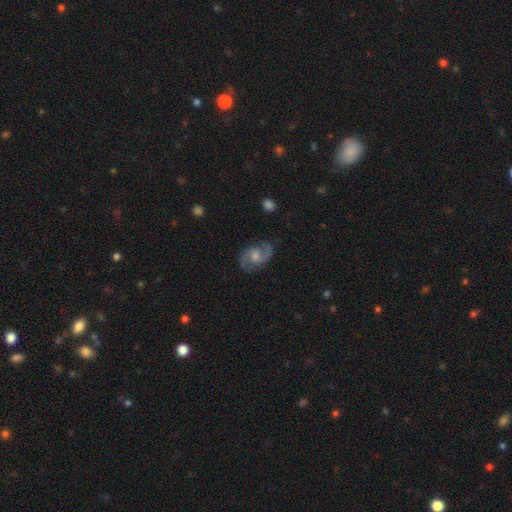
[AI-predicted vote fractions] This appears to be a featured or disk galaxy (85%) with no bar (50%), 2 (92%) medium (57%) spiral arms (96%) and a moderate central bulge (53%). Merging: none (79%).